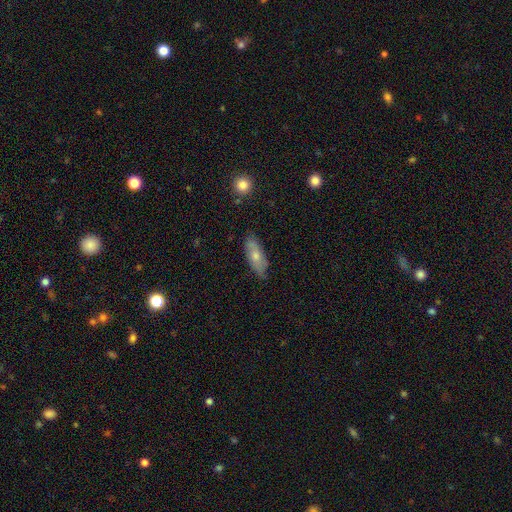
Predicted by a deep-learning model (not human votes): smooth-or-featured: smooth: 59% | featured or disk: 34% | star or artifact: 6%
  how-rounded: in between: 69% | cigar-shaped: 29% | round: 3%
  merging: none: 76% | minor disturbance: 19% | major disturbance: 3% | merger: 2%